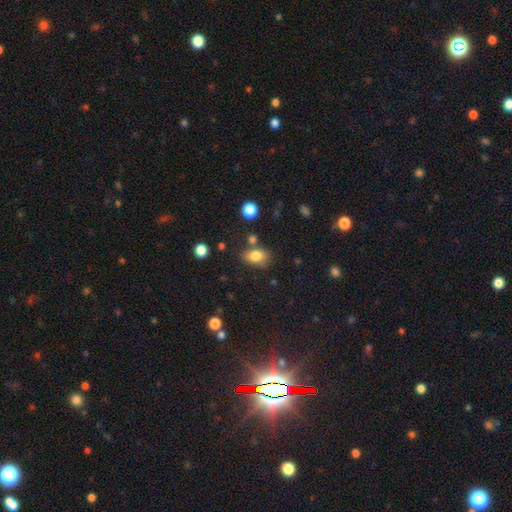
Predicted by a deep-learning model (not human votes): A smooth galaxy with no disk features (81%) that is in between round and cigar-shaped (81%). Merging: none (69%).